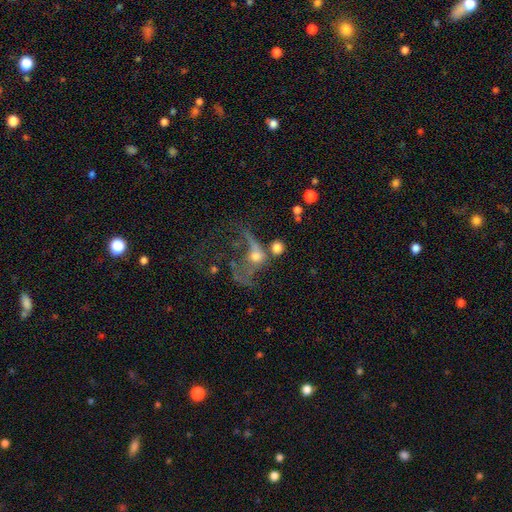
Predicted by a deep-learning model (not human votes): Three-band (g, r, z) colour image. It shows a featured or disk galaxy (49%). Merging: major disturbance (38%).